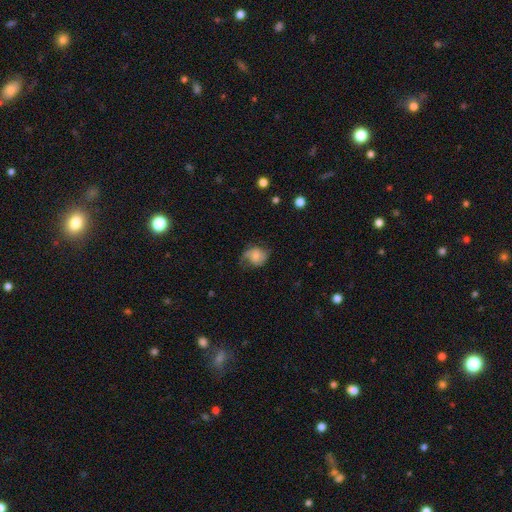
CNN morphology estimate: The model was most divided on "smooth or featured" (2-way tie): smooth: 46%, featured or disk: 46%, star or artifact: 8%. More confident: merging — none (50%).